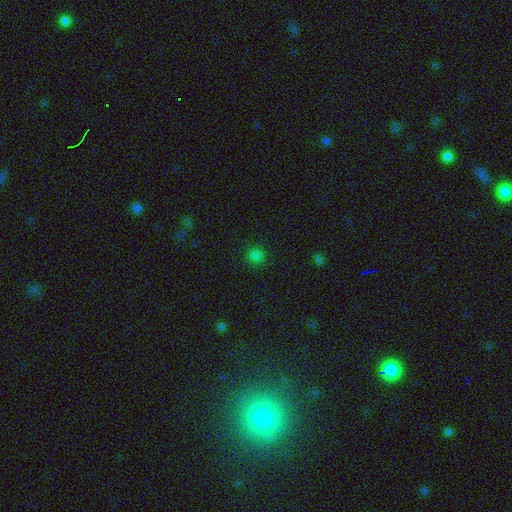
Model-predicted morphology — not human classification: A smooth galaxy with no disk features (80%) that is round (92%).

Vote fractions:
- Smooth or featured? smooth: 80% / star or artifact: 17% / featured or disk: 3%
- How rounded? round: 92% / in between: 7% / cigar-shaped: 1%
- Merging? none: 91% / minor disturbance: 6% / major disturbance: 2% / merger: 1%